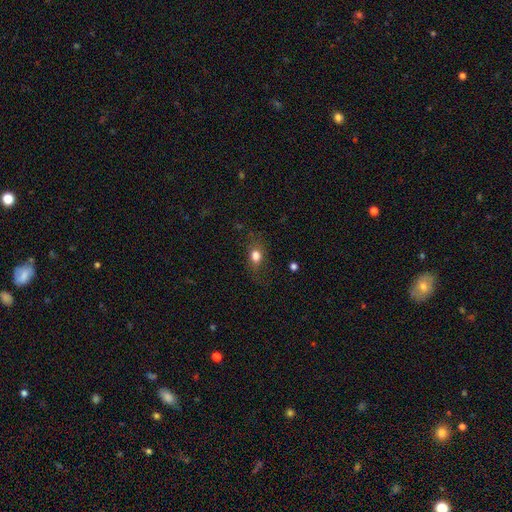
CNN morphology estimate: The model was most divided on "how rounded": in between: 60%, round: 35%, cigar-shaped: 5%. More confident: smooth or featured — smooth (74%); merging — none (66%).